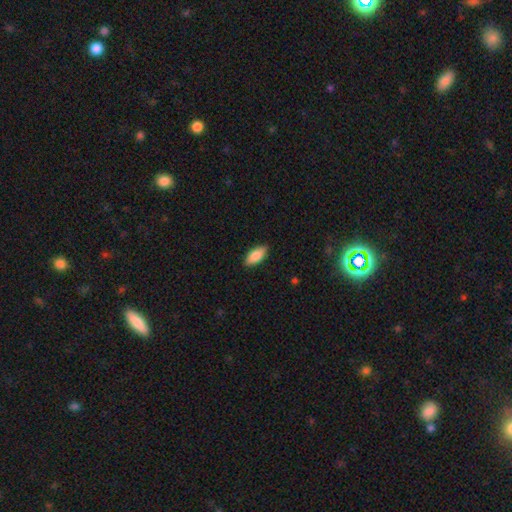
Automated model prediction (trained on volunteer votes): Smooth or featured?
  - smooth: 85% *
  - featured or disk: 9%
  - star or artifact: 6%
How rounded?
  - in between: 88% *
  - cigar-shaped: 10%
  - round: 2%
Merging?
  - none: 88% *
  - minor disturbance: 9%
  - major disturbance: 2%
  - merger: 1%